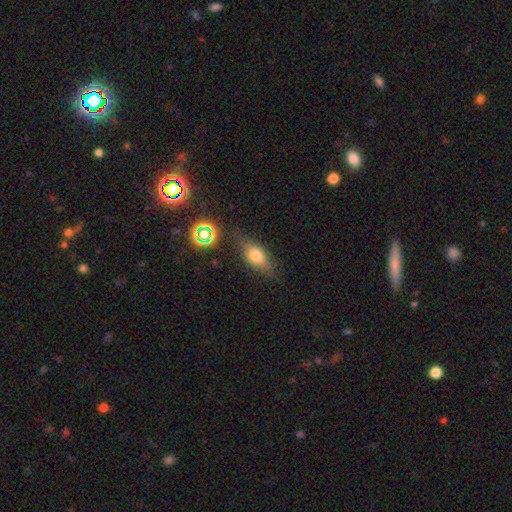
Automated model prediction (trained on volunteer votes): Q: Smooth or featured?
A: smooth (67%); runner-up: featured or disk (20%)
Q: How rounded?
A: in between (77%); runner-up: round (11%)
Q: Merging?
A: none (73%); runner-up: minor disturbance (18%)